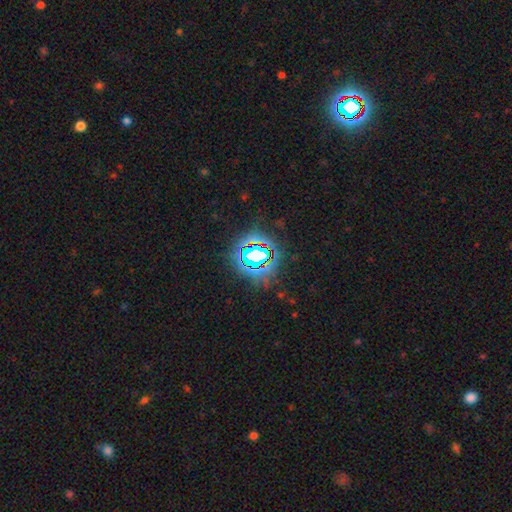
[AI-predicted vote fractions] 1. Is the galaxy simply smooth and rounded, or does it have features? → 73% star or artifact, 15% smooth, 12% featured or disk.